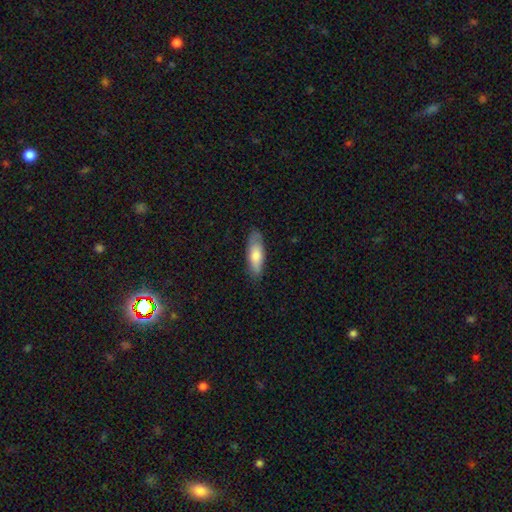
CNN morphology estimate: Q: Smooth or featured?
A: smooth (73%); runner-up: featured or disk (22%)
Q: How rounded?
A: in between (60%); runner-up: cigar-shaped (38%)
Q: Merging?
A: none (80%); runner-up: minor disturbance (16%)